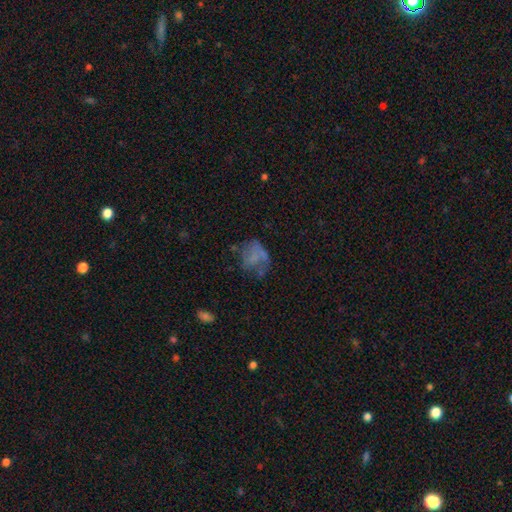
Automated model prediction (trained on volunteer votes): Morphology: type=smooth (50%); merging=none (37%).